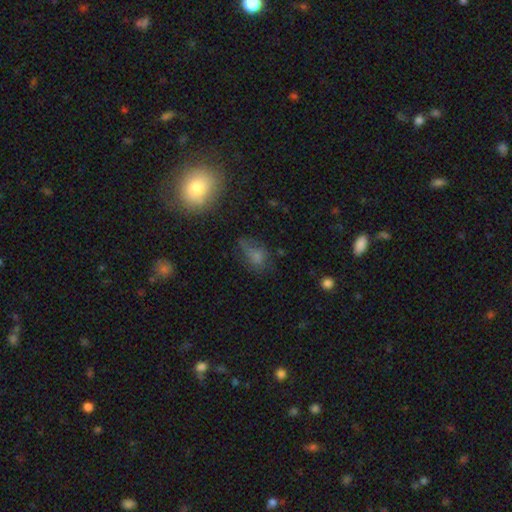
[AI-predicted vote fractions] A smooth galaxy with no disk features (65%) that is in between round and cigar-shaped (76%).

Vote fractions:
- Smooth or featured? smooth: 65% / star or artifact: 19% / featured or disk: 16%
- How rounded? in between: 76% / round: 20% / cigar-shaped: 4%
- Merging? none: 42% / minor disturbance: 28% / major disturbance: 24% / merger: 6%